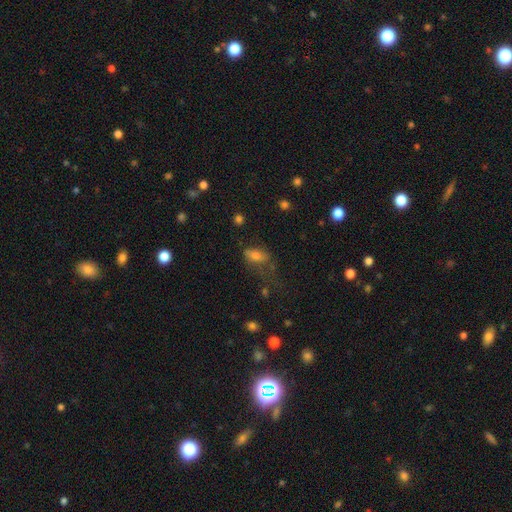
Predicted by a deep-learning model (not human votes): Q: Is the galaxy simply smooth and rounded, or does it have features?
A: smooth — 69%.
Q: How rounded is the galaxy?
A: in between — 82%.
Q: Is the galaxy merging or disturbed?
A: none — 38%.